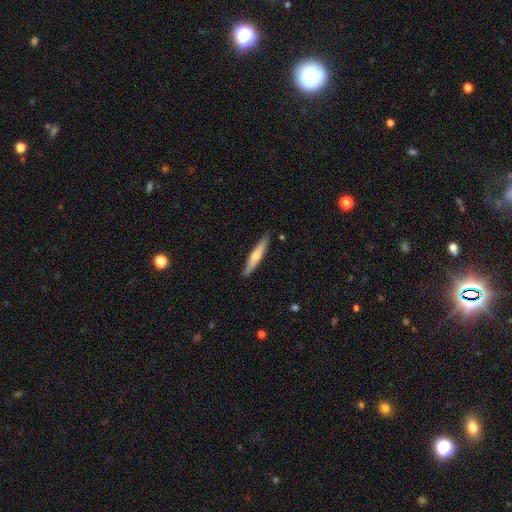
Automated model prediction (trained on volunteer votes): smooth 50%, featured or disk 45%, star or artifact 6%. Down the decision tree: merging — none (89%).